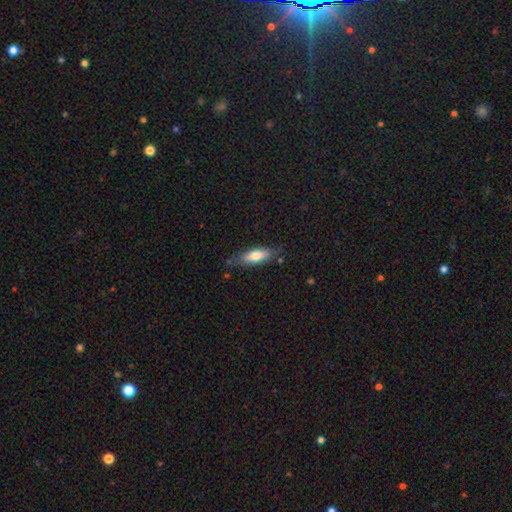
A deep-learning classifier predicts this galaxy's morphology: This is likely a smooth galaxy (72%). How rounded: possibly in between (60%). Merging: likely none (72%).